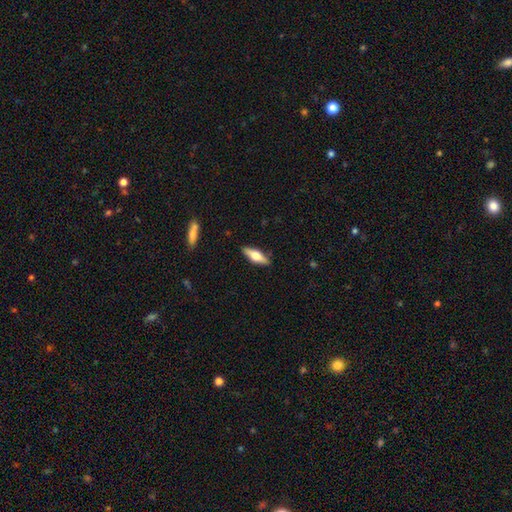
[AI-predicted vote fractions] This is possibly a featured or disk galaxy (53%). It is clearly viewed edge-on (93%). Merging: clearly none (88%).